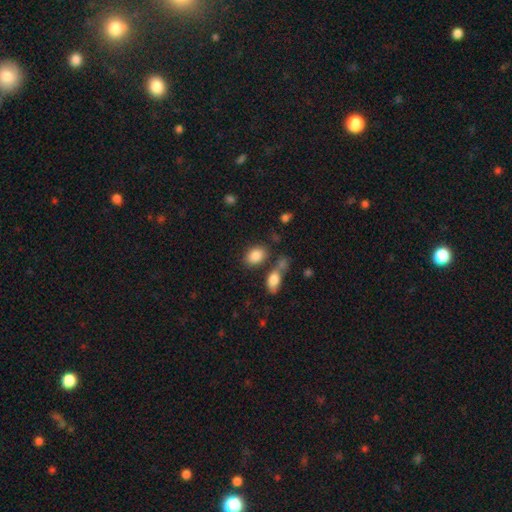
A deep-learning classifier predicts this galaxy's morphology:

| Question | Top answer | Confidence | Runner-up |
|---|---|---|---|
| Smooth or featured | smooth | 86% | star or artifact (8%) |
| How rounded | in between | 81% | round (17%) |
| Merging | none | 70% | merger (14%) |